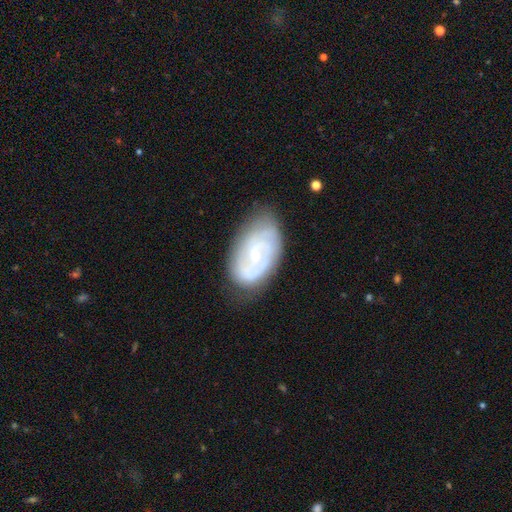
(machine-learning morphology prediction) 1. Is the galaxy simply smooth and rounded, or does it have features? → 76% featured or disk, 18% smooth, 6% star or artifact.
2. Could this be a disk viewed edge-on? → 96% no, 4% yes.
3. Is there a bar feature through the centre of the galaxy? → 50% no, 41% weak, 9% strong.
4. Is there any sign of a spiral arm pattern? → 89% yes, 11% no.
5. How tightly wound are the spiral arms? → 54% tight, 35% medium, 11% loose.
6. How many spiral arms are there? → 52% 2, 28% can't tell, 10% 3, 5% 1, 3% 4, 2% more than 4.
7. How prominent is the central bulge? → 68% small, 28% moderate, 3% none, 1% large, 1% dominant.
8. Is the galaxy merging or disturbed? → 71% none, 21% minor disturbance, 6% major disturbance, 2% merger.